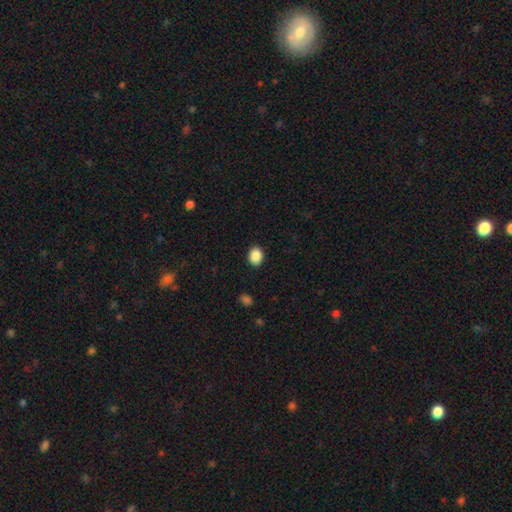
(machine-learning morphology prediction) smooth_or_featured: smooth (p=0.88) [alt: star or artifact p=0.08]
how_rounded: in between (p=0.57) [alt: round p=0.42]
merging: none (p=0.90) [alt: minor disturbance p=0.07]